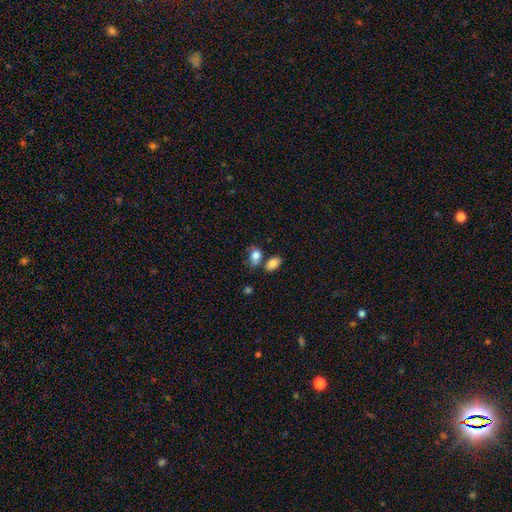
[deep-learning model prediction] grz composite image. It shows a smooth galaxy with no disk features (84%) that is in between round and cigar-shaped (81%). Merging: none (54%).